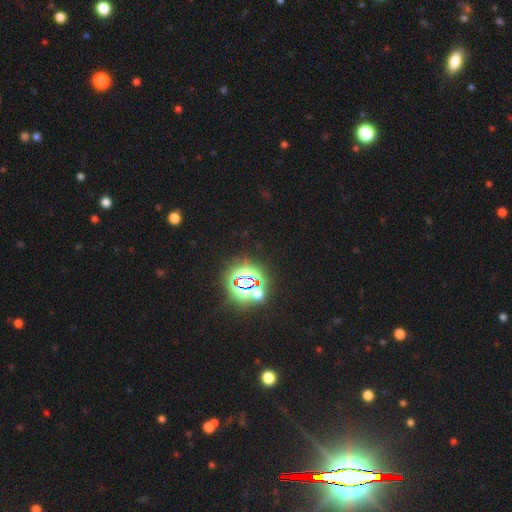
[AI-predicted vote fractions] Overall: star or artifact (84%).